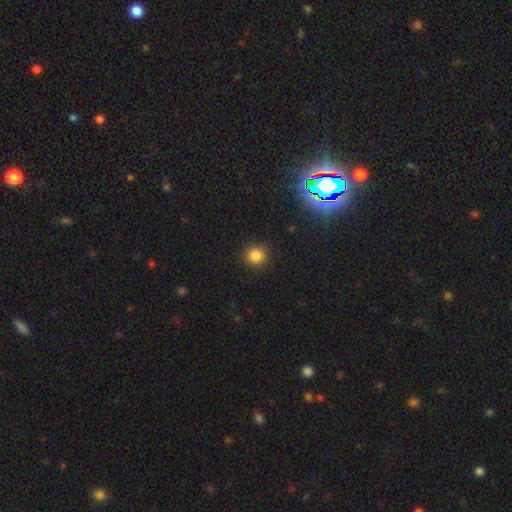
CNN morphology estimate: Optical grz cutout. It shows a smooth galaxy with no disk features (82%) that is round (92%). Merging: none (90%).